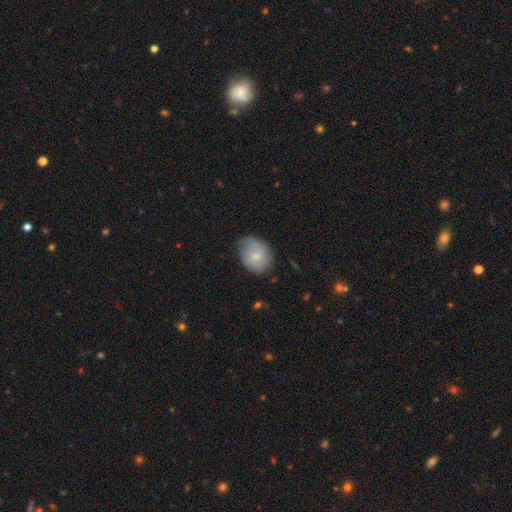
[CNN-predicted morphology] Q: Smooth or featured?
A: smooth (62%); runner-up: featured or disk (31%)
Q: How rounded?
A: round (51%); runner-up: in between (48%)
Q: Merging?
A: none (63%); runner-up: minor disturbance (28%)